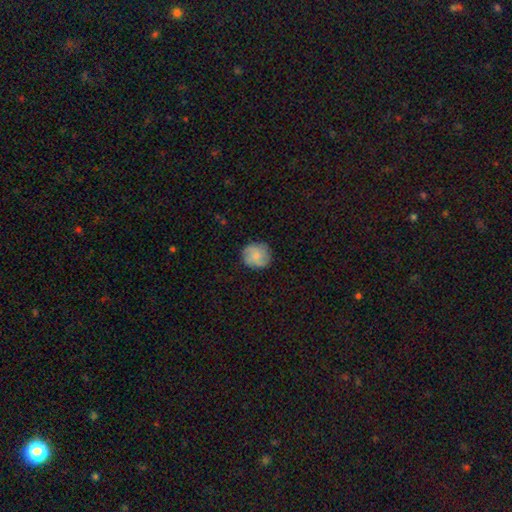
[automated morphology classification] Smooth or featured? Predicted: smooth (p=0.73). How rounded? Predicted: round (p=0.90). Merging? Predicted: none (p=0.82).